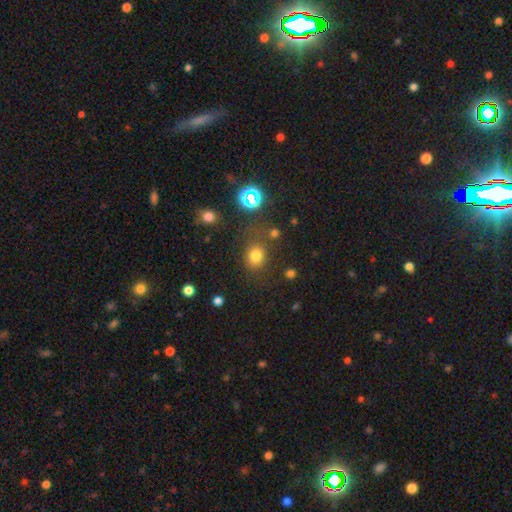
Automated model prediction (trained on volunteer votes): Smooth or featured?
  - smooth: 74% *
  - star or artifact: 19%
  - featured or disk: 7%
How rounded?
  - round: 68% *
  - in between: 31%
  - cigar-shaped: 1%
Merging?
  - none: 73% *
  - minor disturbance: 14%
  - major disturbance: 7%
  - merger: 7%